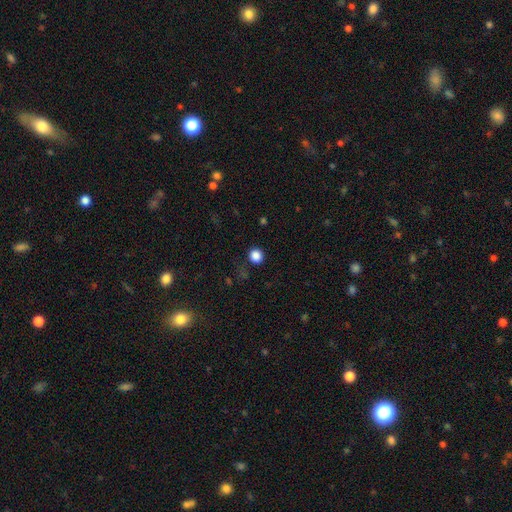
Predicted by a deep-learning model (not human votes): smooth 85%, star or artifact 12%, featured or disk 3%. Down the decision tree: how rounded — round (89%); merging — none (88%).